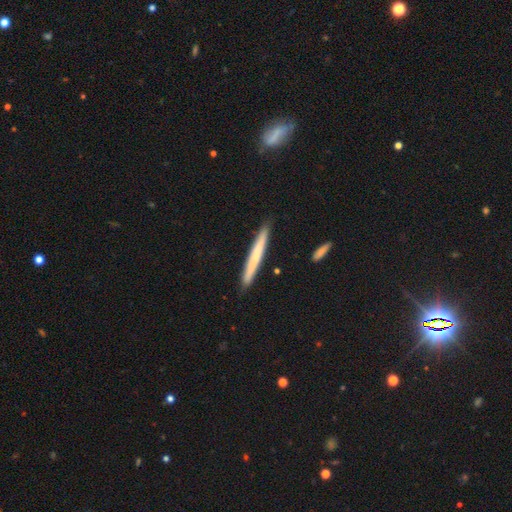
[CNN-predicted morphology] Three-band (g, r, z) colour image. It shows a smooth galaxy with no disk features (62%) that is cigar-shaped (97%). Merging: none (90%).